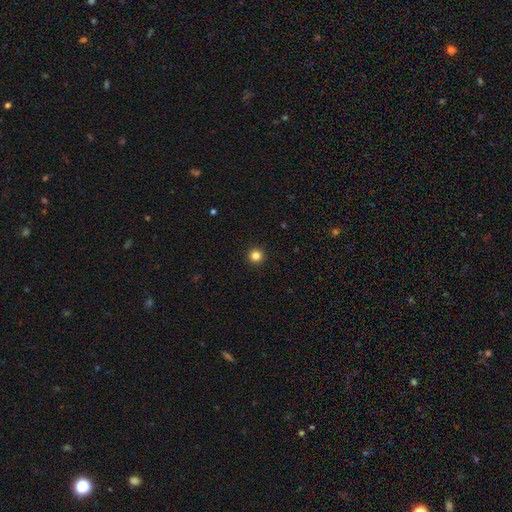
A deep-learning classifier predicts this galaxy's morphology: A smooth galaxy with no disk features (83%) that is round (96%).

Vote fractions:
- Smooth or featured? smooth: 83% / star or artifact: 13% / featured or disk: 4%
- How rounded? round: 96% / in between: 3% / cigar-shaped: 1%
- Merging? none: 94% / minor disturbance: 4% / major disturbance: 1% / merger: 1%